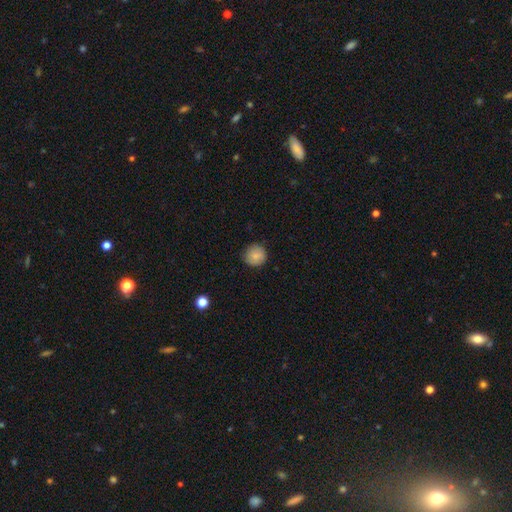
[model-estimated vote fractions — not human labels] Smooth or featured? Predicted: smooth (p=0.84). How rounded? Predicted: round (p=0.93). Merging? Predicted: none (p=0.87).